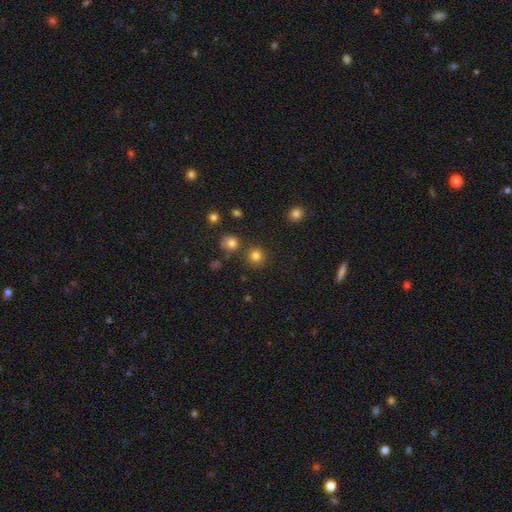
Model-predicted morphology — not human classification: Q: Smooth or featured?
A: smooth (81%); runner-up: star or artifact (14%)
Q: How rounded?
A: round (92%); runner-up: in between (7%)
Q: Merging?
A: none (82%); runner-up: merger (8%)